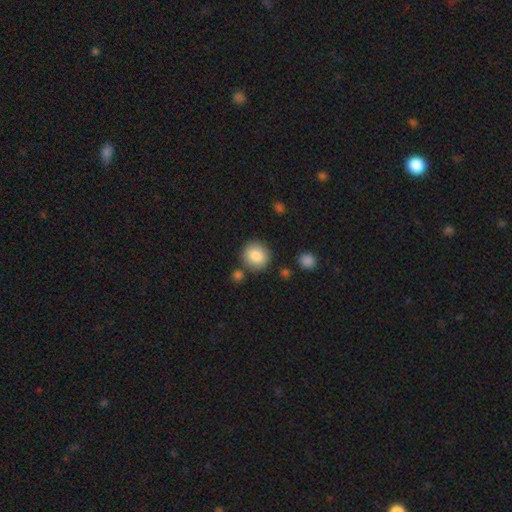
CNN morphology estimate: smooth-or-featured: smooth: 85% | star or artifact: 8% | featured or disk: 7%
  how-rounded: round: 88% | in between: 11% | cigar-shaped: 1%
  merging: none: 79% | minor disturbance: 10% | merger: 7% | major disturbance: 3%